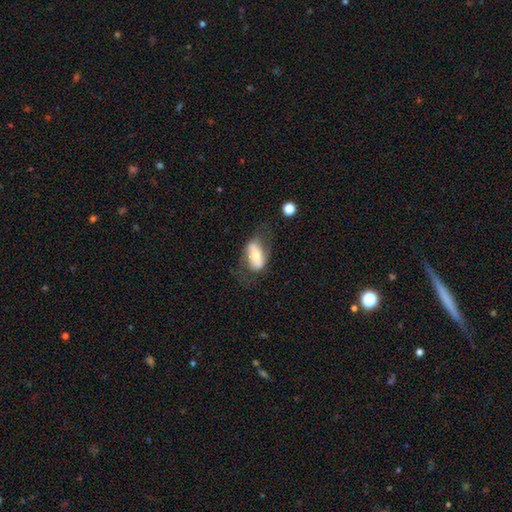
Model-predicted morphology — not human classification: smooth-or-featured: smooth: 47% | featured or disk: 46% | star or artifact: 7%
  merging: none: 55% | minor disturbance: 23% | major disturbance: 19% | merger: 3%